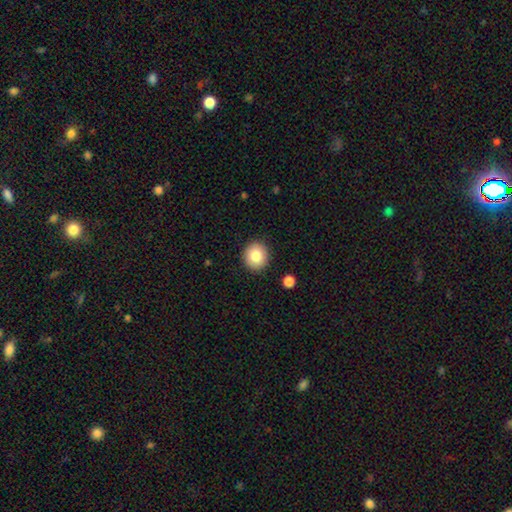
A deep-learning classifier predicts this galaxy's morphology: A smooth galaxy with no disk features (83%) that is round (87%).

Vote fractions:
- Smooth or featured? smooth: 83% / star or artifact: 9% / featured or disk: 9%
- How rounded? round: 87% / in between: 12% / cigar-shaped: 1%
- Merging? none: 90% / minor disturbance: 6% / major disturbance: 2% / merger: 1%